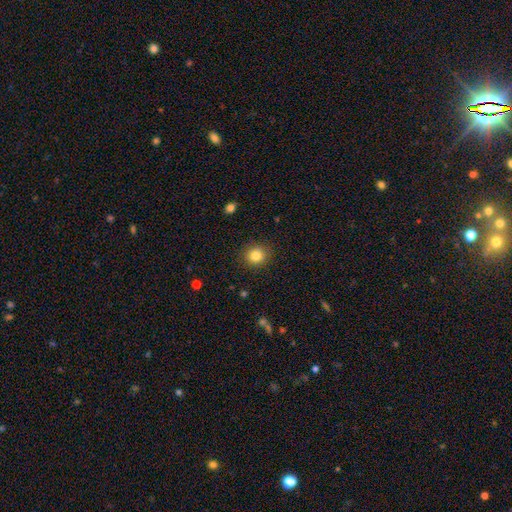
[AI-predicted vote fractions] A smooth galaxy with no disk features (84%) that is round (85%). Merging: none (89%).